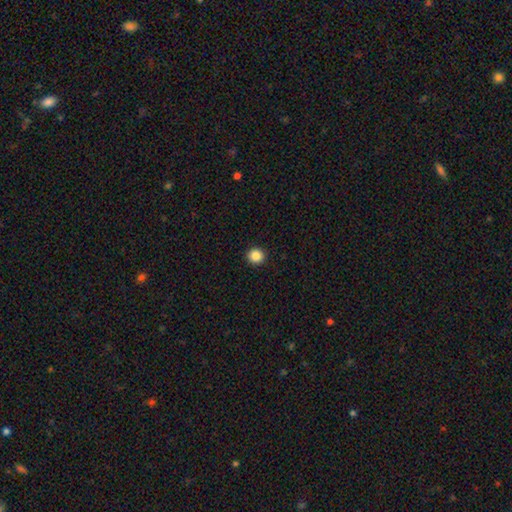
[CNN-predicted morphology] Smooth or featured? Predicted: smooth (p=0.86). How rounded? Predicted: round (p=0.92). Merging? Predicted: none (p=0.93).